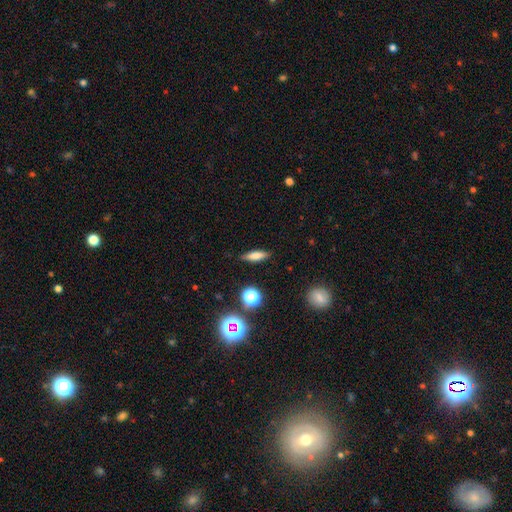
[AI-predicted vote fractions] Smooth or featured: smooth — 68% (featured or disk — 20%)
How rounded: cigar-shaped — 58% (in between — 37%)
Merging: none — 86% (minor disturbance — 10%)